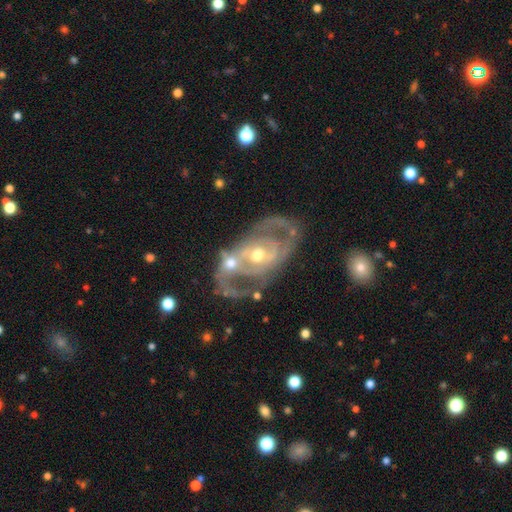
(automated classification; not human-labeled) Morphology: type=featured or disk (86%); edge-on=no (96%); bar=no (54%); spiral arms=yes (86%); winding=medium (43%); arm count=2 (67%); bulge=moderate (57%); merging=none (46%).